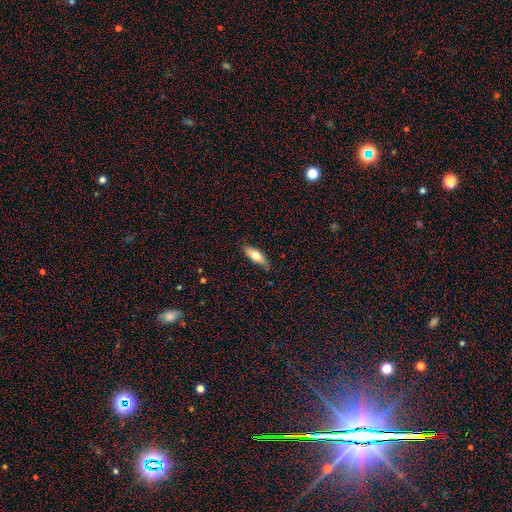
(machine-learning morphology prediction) This appears to be a smooth galaxy with no disk features (67%) that is in between round and cigar-shaped (67%). Merging: none (80%).